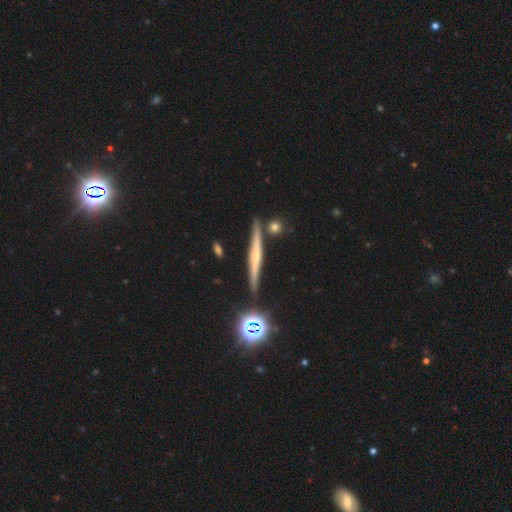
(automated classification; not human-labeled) Smooth or featured: featured or disk — 62% (smooth — 26%)
Edge-on disk: yes — 97% (no — 3%)
Edge-on bulge: rounded — 49% (none — 33%)
Merging: none — 86% (minor disturbance — 8%)